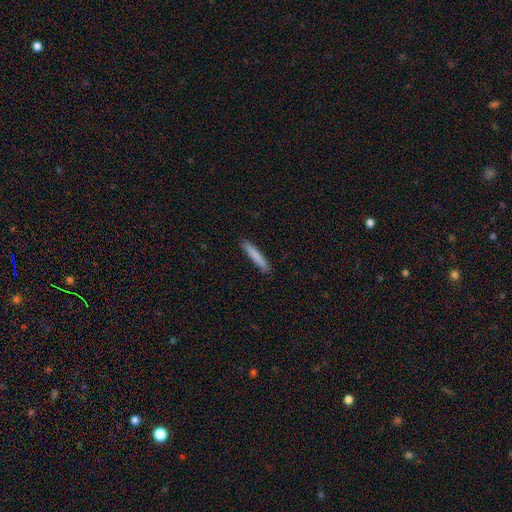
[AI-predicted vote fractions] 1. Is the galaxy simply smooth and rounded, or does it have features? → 83% smooth, 11% featured or disk, 6% star or artifact.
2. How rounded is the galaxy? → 93% cigar-shaped, 5% in between, 1% round.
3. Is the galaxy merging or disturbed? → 89% none, 8% minor disturbance, 2% major disturbance, 1% merger.